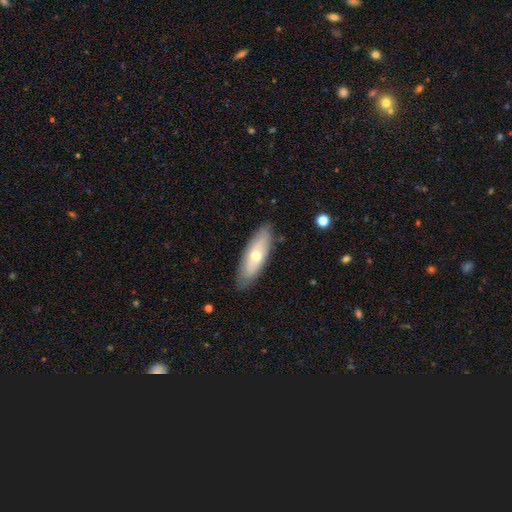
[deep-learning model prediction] Overall: smooth (54%; featured or disk 40%). How rounded: in between (60%; cigar-shaped 38%). Merging: none (82%).